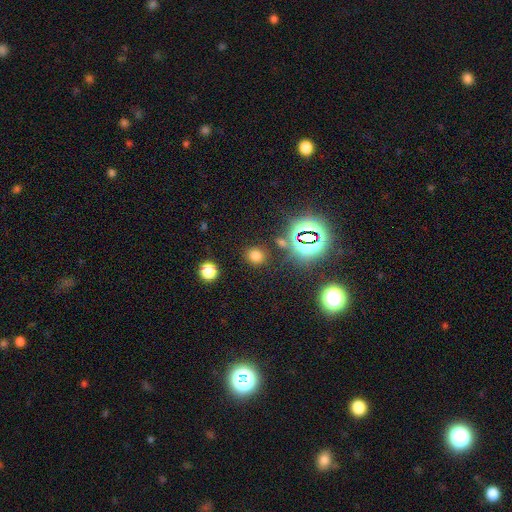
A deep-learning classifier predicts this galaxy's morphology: Overall: smooth (69%). How rounded: round (81%). Merging: none (85%).